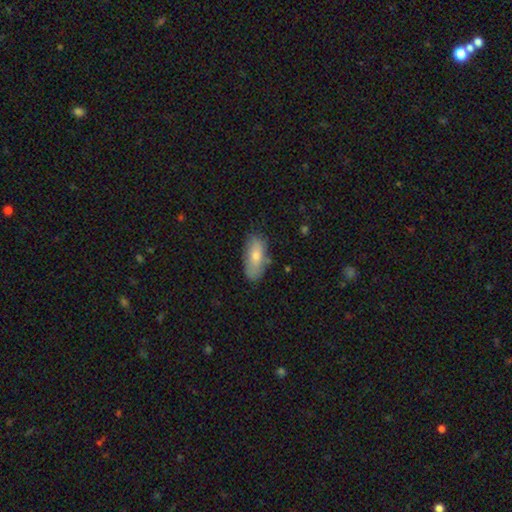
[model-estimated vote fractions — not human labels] Smooth or featured? smooth (72%)
How rounded? in between (86%)
Merging? none (73%)